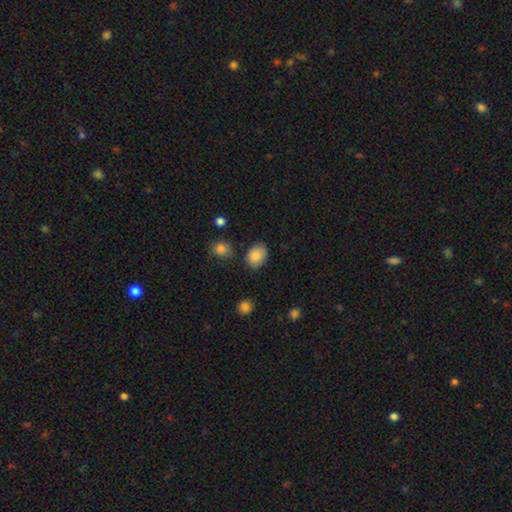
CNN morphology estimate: smooth 85%, star or artifact 8%, featured or disk 6%. Down the decision tree: how rounded — in between (60%); merging — none (79%).